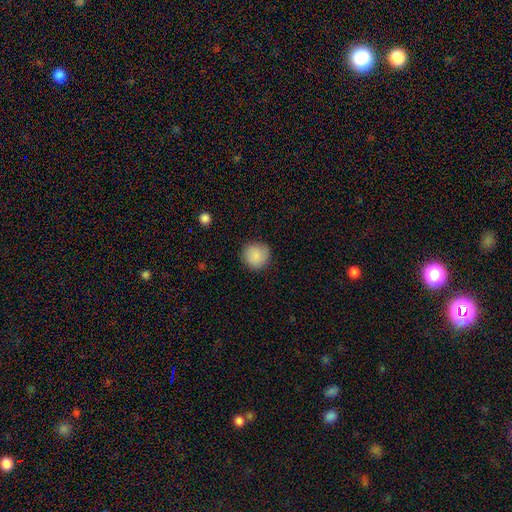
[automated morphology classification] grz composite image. It shows a smooth galaxy with no disk features (89%) that is round (92%). Merging: none (88%).